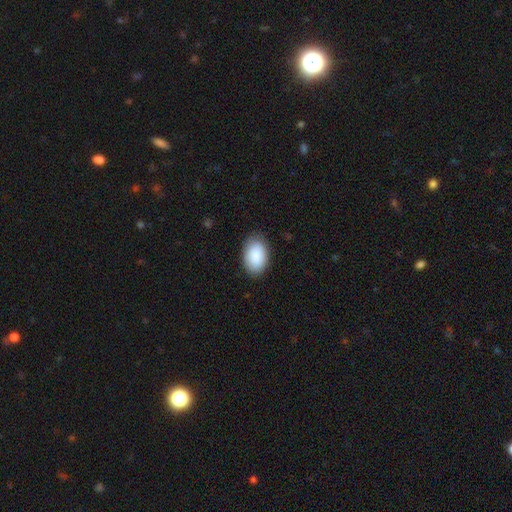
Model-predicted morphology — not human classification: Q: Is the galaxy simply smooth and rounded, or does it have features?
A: smooth — 89%.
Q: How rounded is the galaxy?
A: in between — 90%.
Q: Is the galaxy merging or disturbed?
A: none — 84%.